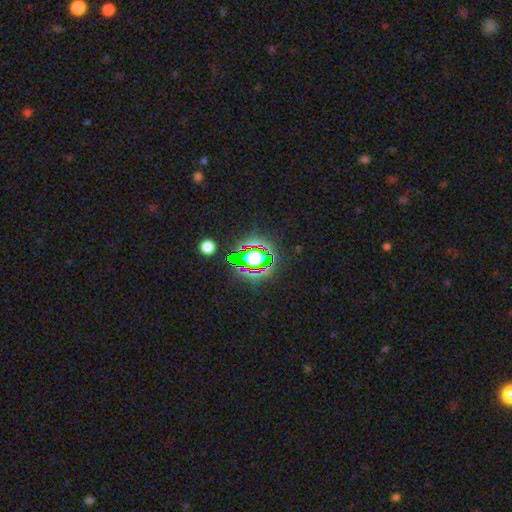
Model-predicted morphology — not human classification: star or artifact 61%, smooth 24%, featured or disk 15%.